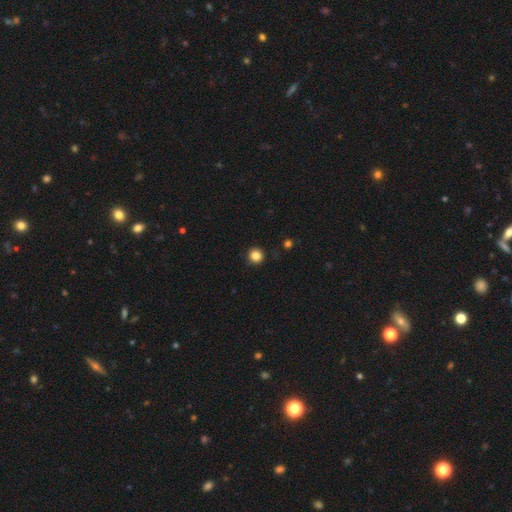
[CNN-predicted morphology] type=smooth (85%); roundness=round (94%); merging=none (92%).